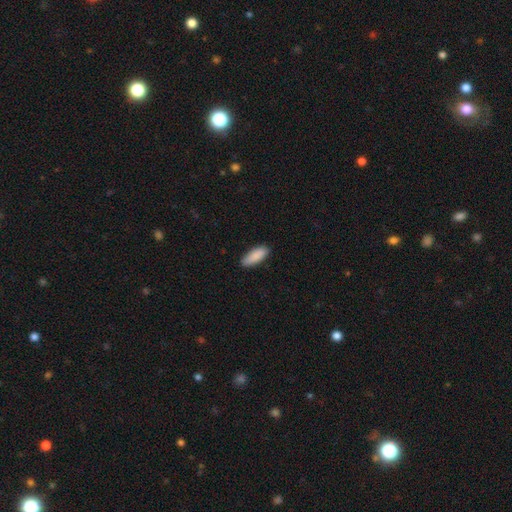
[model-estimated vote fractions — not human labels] smooth-or-featured: smooth: 90% | star or artifact: 6% | featured or disk: 4%
  how-rounded: in between: 70% | cigar-shaped: 29% | round: 2%
  merging: none: 85% | minor disturbance: 12% | major disturbance: 2% | merger: 1%